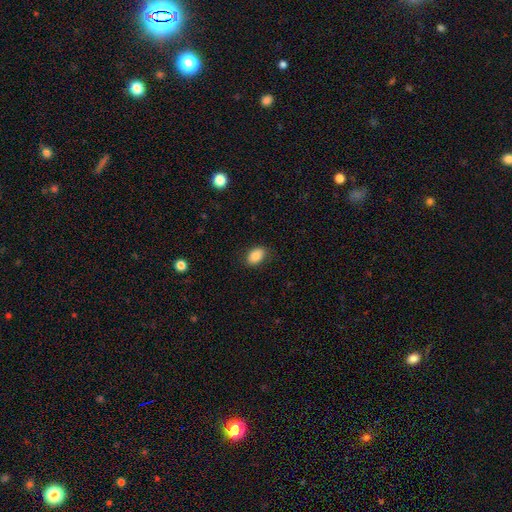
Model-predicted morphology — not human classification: Smooth or featured? Predicted: smooth (p=0.86). How rounded? Predicted: in between (p=0.84). Merging? Predicted: none (p=0.85).